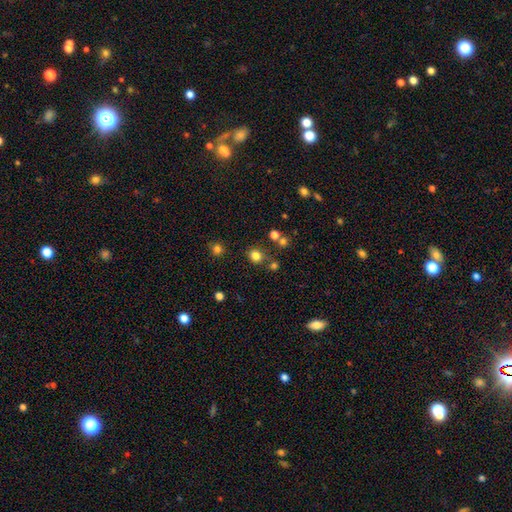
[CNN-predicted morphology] Q: Smooth or featured?
A: smooth (79%); runner-up: star or artifact (16%)
Q: How rounded?
A: round (80%); runner-up: in between (19%)
Q: Merging?
A: none (77%); runner-up: minor disturbance (10%)